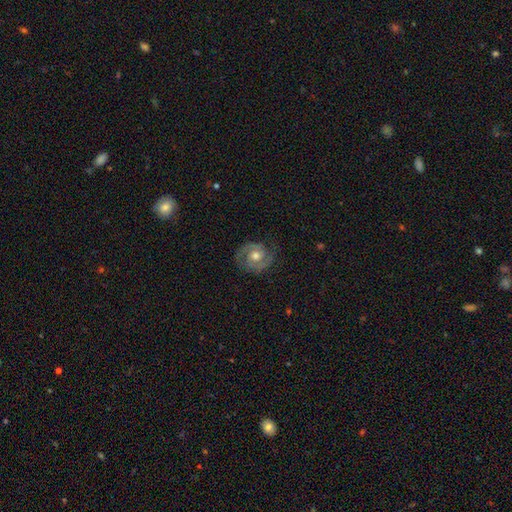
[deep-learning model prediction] Q: Smooth or featured?
A: featured or disk (85%); runner-up: smooth (9%)
Q: Edge-on disk?
A: no (98%); runner-up: yes (2%)
Q: Bar?
A: no (69%); runner-up: weak (25%)
Q: Spiral arms?
A: yes (96%); runner-up: no (4%)
Q: Spiral winding?
A: tight (52%); runner-up: medium (40%)
Q: Spiral arm count?
A: 2 (89%); runner-up: can't tell (4%)
Q: Bulge size?
A: moderate (76%); runner-up: small (15%)
Q: Merging?
A: none (80%); runner-up: minor disturbance (14%)